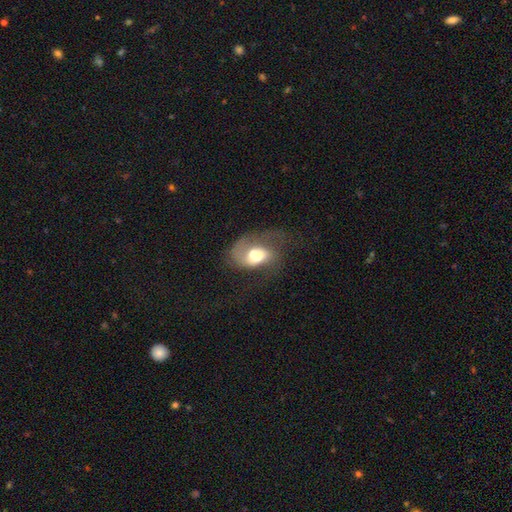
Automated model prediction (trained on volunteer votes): This appears to be a featured or disk galaxy (57%) with no bar (63%), spiral arms (74%) and a moderate central bulge (53%). Merging: major disturbance (38%).